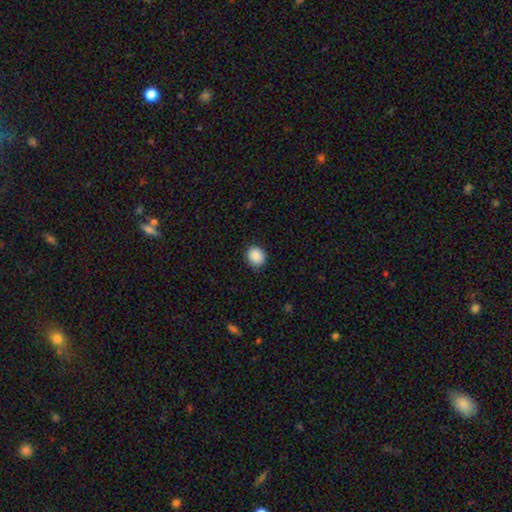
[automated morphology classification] This appears to be a smooth galaxy with no disk features (89%) that is round (78%). Merging: none (86%).